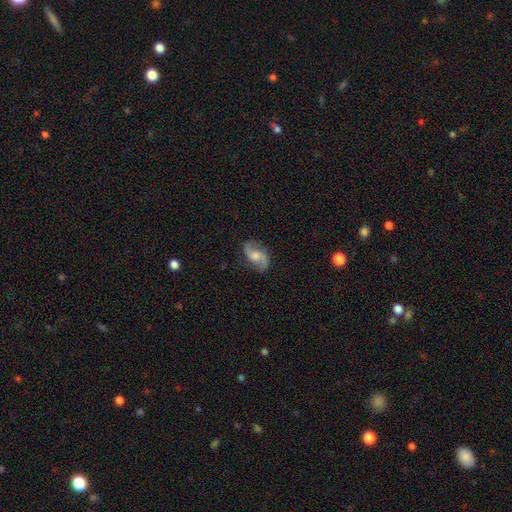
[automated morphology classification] Smooth or featured? Predicted: featured or disk (p=0.84). Edge-on disk? Predicted: no (p=0.97). Bar? Predicted: no (p=0.55). Spiral arms? Predicted: yes (p=0.96). Spiral winding? Predicted: loose (p=0.55). Spiral arm count? Predicted: 2 (p=0.93). Bulge size? Predicted: moderate (p=0.56). Merging? Predicted: none (p=0.80).